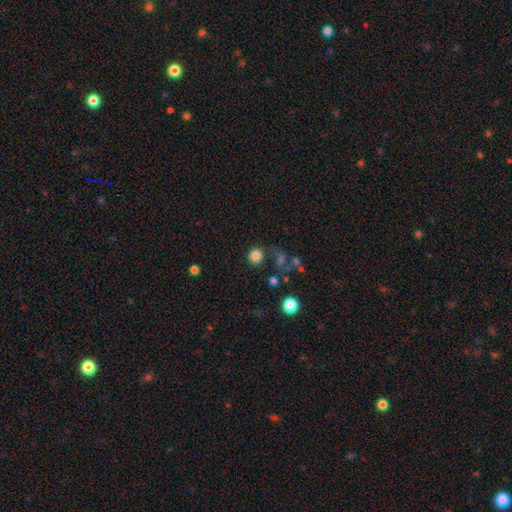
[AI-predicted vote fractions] A smooth galaxy with no disk features (82%) that is round (90%). Merging: none (72%).